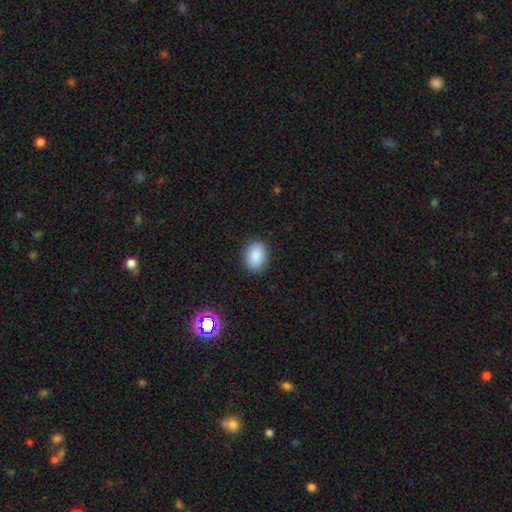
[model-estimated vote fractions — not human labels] Morphology: type=smooth (88%); roundness=in between (75%); merging=none (88%).